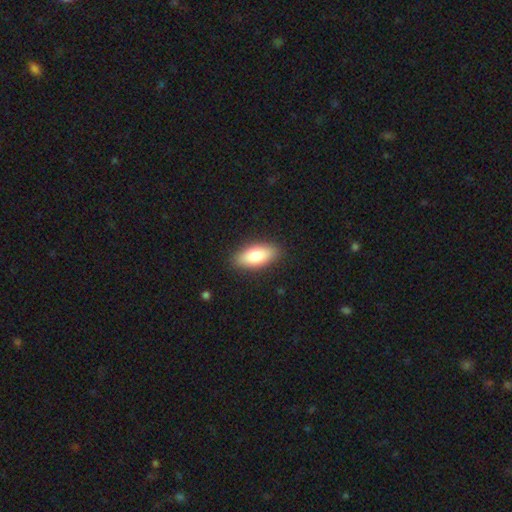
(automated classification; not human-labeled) This is likely a smooth galaxy (79%). How rounded: clearly in between (83%). Merging: clearly none (88%).